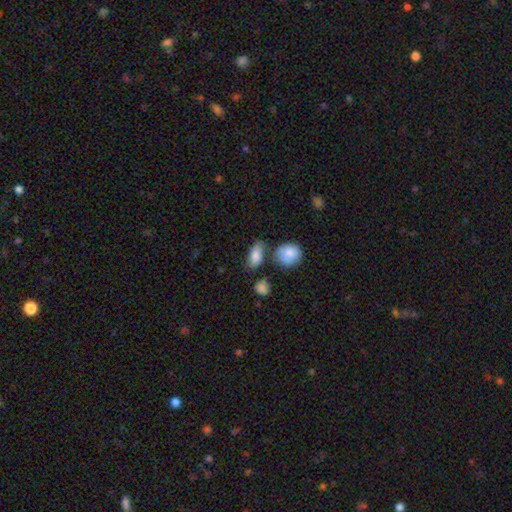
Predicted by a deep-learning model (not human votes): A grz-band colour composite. It shows a smooth galaxy with no disk features (83%) that is in between round and cigar-shaped (85%). Merging: none (65%).